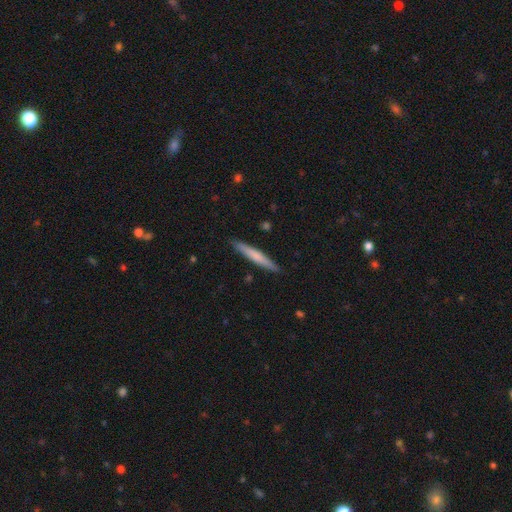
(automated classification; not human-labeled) Overall: smooth (63%; featured or disk 31%). How rounded: cigar-shaped (96%). Merging: none (90%).